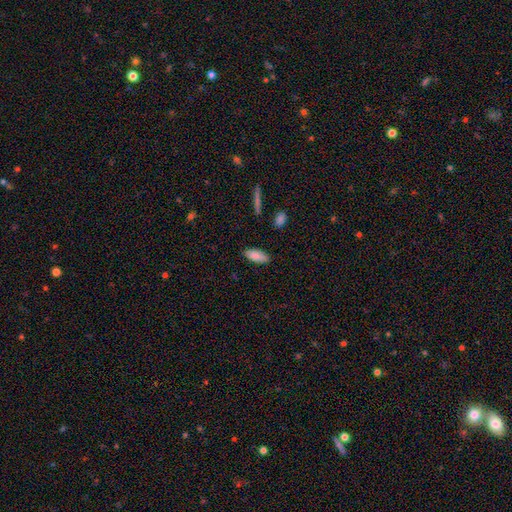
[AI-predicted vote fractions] The model was most divided on "how rounded": in between: 82%, cigar-shaped: 16%, round: 2%. More confident: smooth or featured — smooth (87%); merging — none (86%).